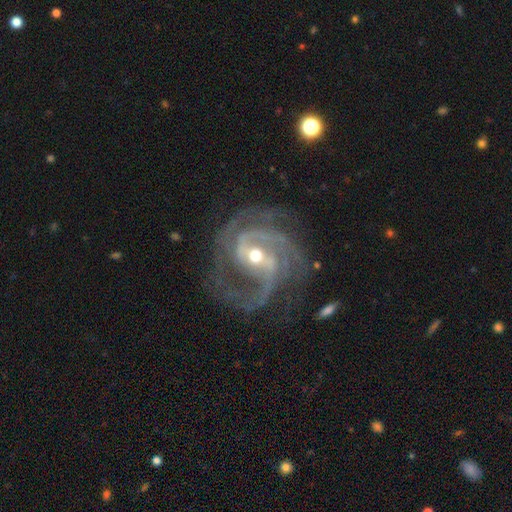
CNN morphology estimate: Smooth or featured? Predicted: featured or disk (p=0.91). Edge-on disk? Predicted: no (p=0.97). Bar? Predicted: weak (p=0.40). Spiral arms? Predicted: yes (p=0.97). Spiral winding? Predicted: medium (p=0.47). Spiral arm count? Predicted: 2 (p=0.41). Bulge size? Predicted: moderate (p=0.63). Merging? Predicted: none (p=0.66).